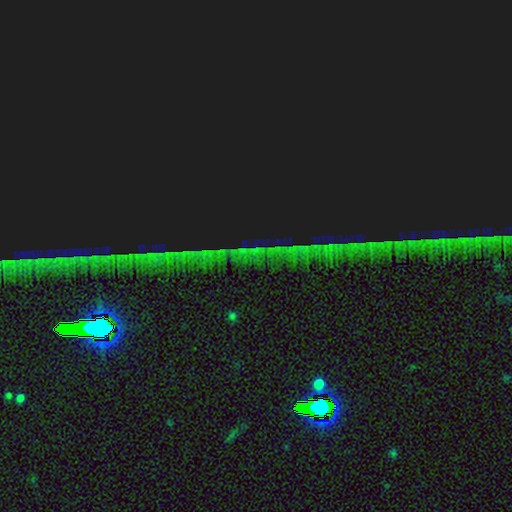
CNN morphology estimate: A star or artifact, not a galaxy (87%).

Vote fractions:
- Smooth or featured? star or artifact: 87% / featured or disk: 7% / smooth: 6%